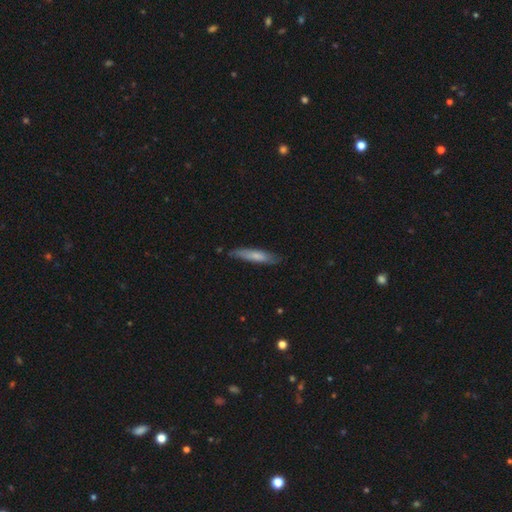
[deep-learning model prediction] This is likely a smooth galaxy (70%). How rounded: clearly cigar-shaped (85%). Merging: likely none (79%).